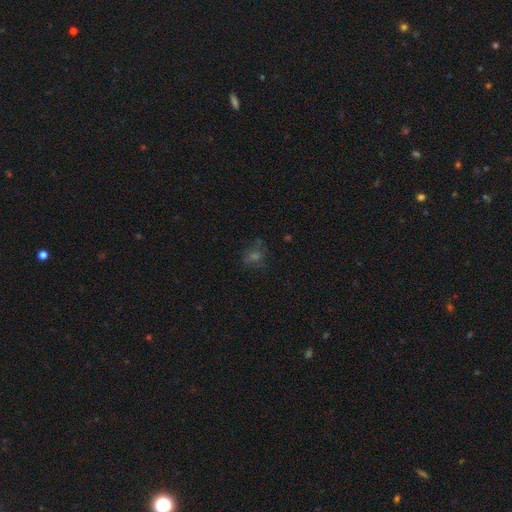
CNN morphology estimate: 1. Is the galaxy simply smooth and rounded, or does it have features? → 40% smooth, 37% star or artifact, 23% featured or disk.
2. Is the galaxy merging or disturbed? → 72% none, 16% minor disturbance, 10% major disturbance, 2% merger.